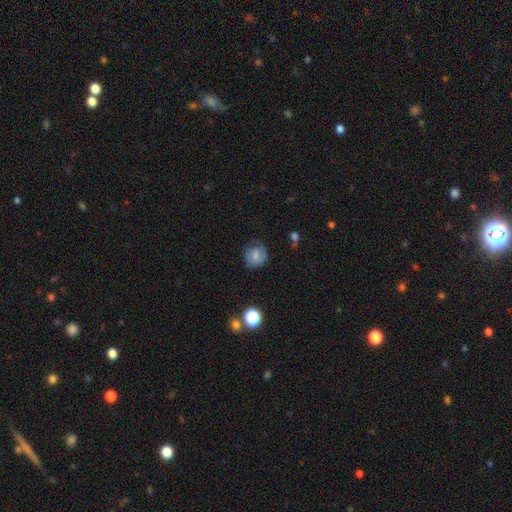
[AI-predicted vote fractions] A smooth galaxy with no disk features (67%) that is round (79%).

Vote fractions:
- Smooth or featured? smooth: 67% / featured or disk: 23% / star or artifact: 10%
- How rounded? round: 79% / in between: 20% / cigar-shaped: 1%
- Merging? none: 66% / minor disturbance: 23% / major disturbance: 9% / merger: 2%